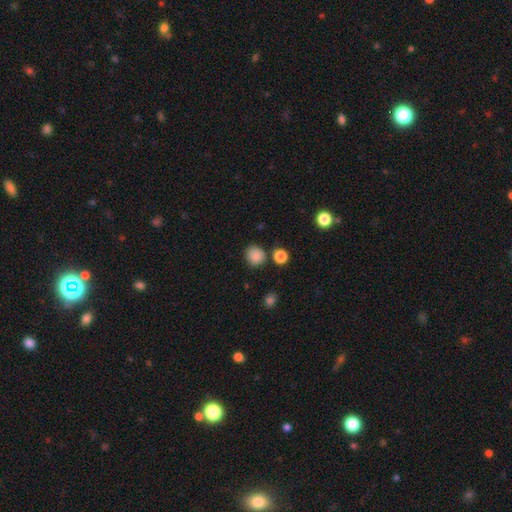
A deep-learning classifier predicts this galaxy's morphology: This is clearly a smooth galaxy (86%). How rounded: clearly round (88%). Merging: clearly none (81%).